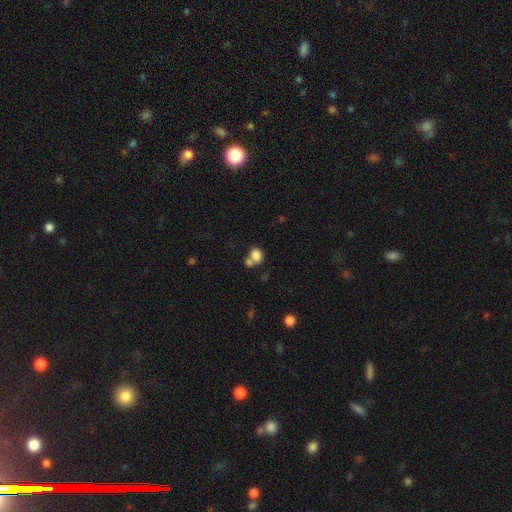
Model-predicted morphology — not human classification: The model was most divided on "merging": merger: 45%, none: 40%, minor disturbance: 10%, major disturbance: 6%. More confident: smooth or featured — smooth (81%); how rounded — round (58%).